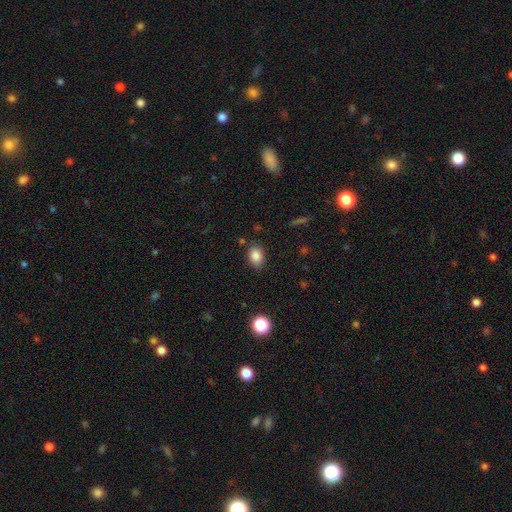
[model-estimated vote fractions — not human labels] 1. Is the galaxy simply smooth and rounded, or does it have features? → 86% smooth, 10% star or artifact, 5% featured or disk.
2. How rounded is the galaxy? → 77% in between, 22% round, 1% cigar-shaped.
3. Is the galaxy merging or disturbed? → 81% none, 13% minor disturbance, 3% major disturbance, 3% merger.